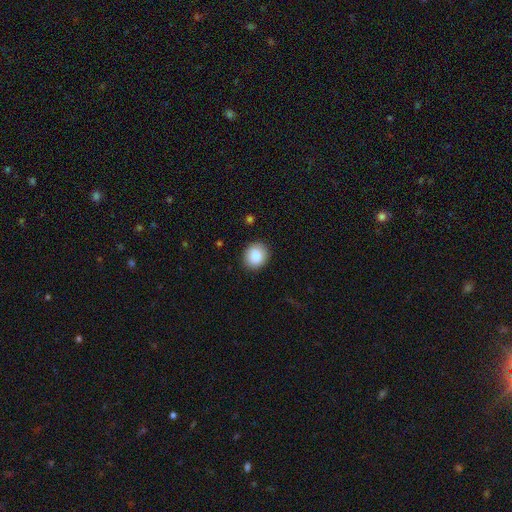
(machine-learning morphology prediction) A smooth galaxy with no disk features (85%) that is round (74%). Merging: none (90%).